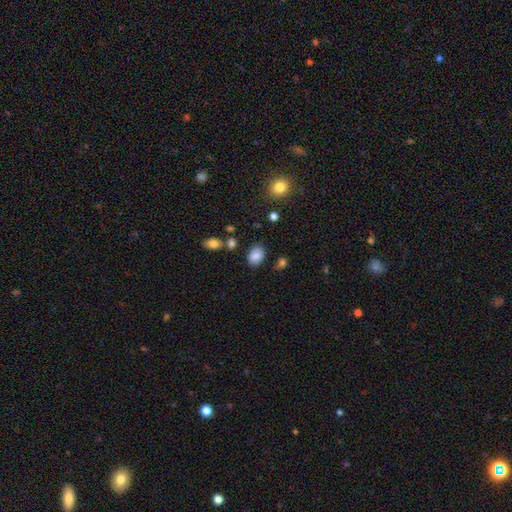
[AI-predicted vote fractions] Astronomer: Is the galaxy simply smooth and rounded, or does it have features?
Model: smooth — 85%.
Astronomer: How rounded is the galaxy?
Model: in between — 77%.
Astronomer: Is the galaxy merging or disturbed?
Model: none — 78%.